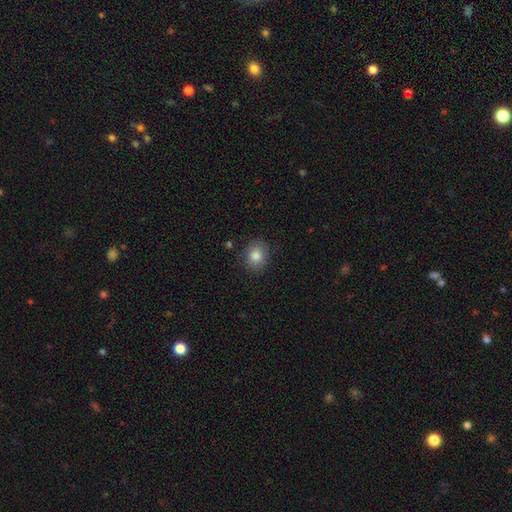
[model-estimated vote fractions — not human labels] Smooth or featured?
  - smooth: 84% *
  - star or artifact: 9%
  - featured or disk: 7%
How rounded?
  - round: 61% *
  - in between: 38%
  - cigar-shaped: 1%
Merging?
  - none: 84% *
  - minor disturbance: 11%
  - major disturbance: 3%
  - merger: 2%